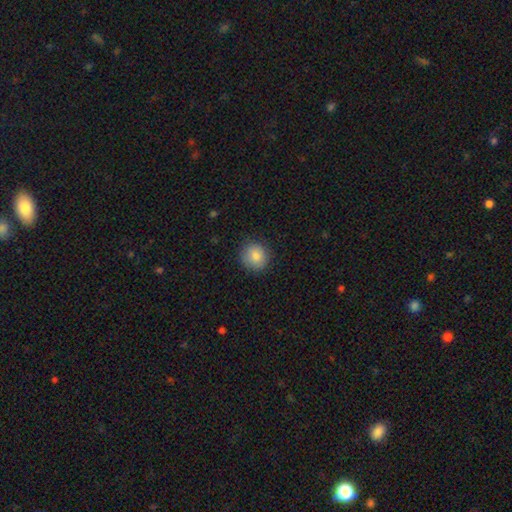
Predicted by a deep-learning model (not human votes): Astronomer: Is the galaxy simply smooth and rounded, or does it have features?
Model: smooth — 83%.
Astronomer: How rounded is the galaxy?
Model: round — 88%.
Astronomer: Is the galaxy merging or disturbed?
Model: none — 88%.